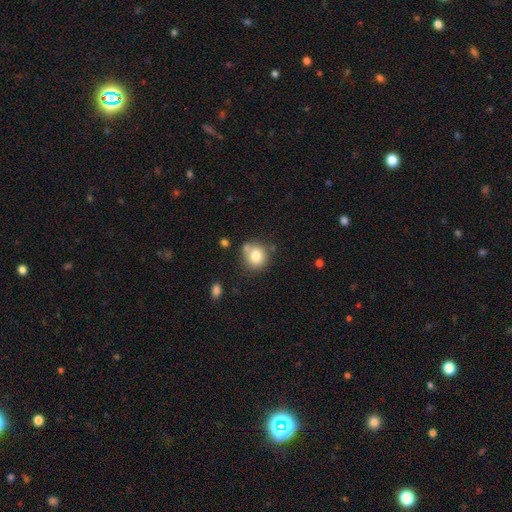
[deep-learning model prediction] Morphology: type=smooth (78%); roundness=round (79%); merging=none (61%).